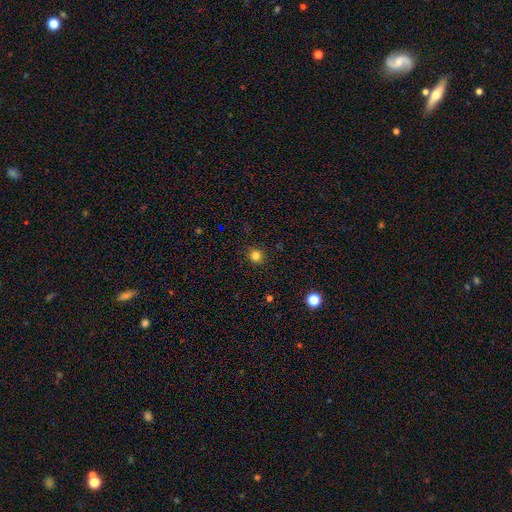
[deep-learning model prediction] The model was most divided on "smooth or featured": smooth: 81%, star or artifact: 14%, featured or disk: 4%. More confident: how rounded — round (91%); merging — none (90%).